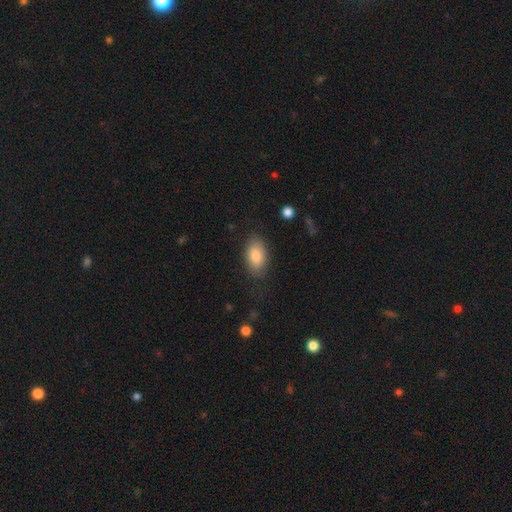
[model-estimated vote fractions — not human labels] Morphology: type=smooth (83%); roundness=in between (93%); merging=none (79%).